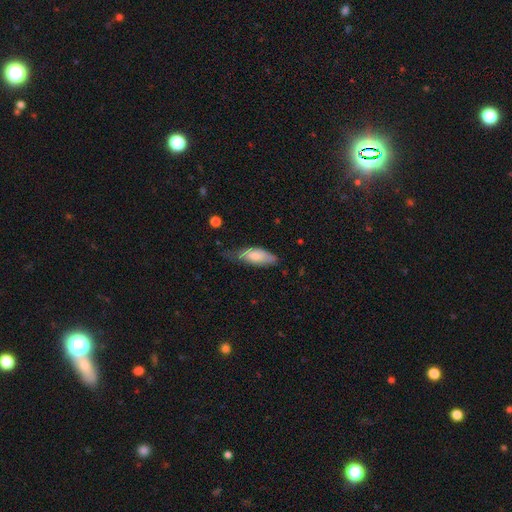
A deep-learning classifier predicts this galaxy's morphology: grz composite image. It shows a smooth galaxy with no disk features (72%) that is in between round and cigar-shaped (77%). Merging: minor disturbance (43%).